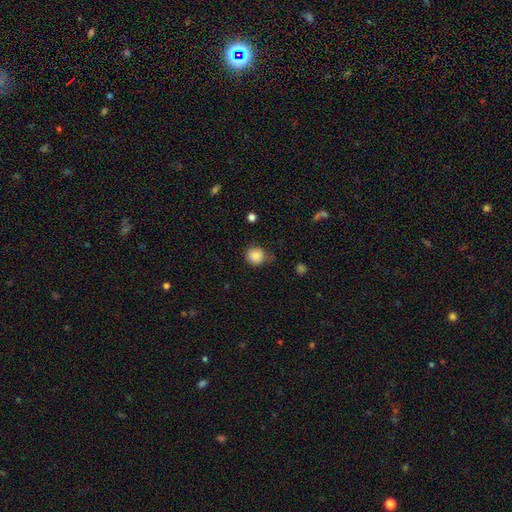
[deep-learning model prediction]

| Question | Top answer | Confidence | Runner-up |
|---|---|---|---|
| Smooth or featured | smooth | 87% | star or artifact (9%) |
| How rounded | round | 88% | in between (11%) |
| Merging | none | 73% | minor disturbance (20%) |